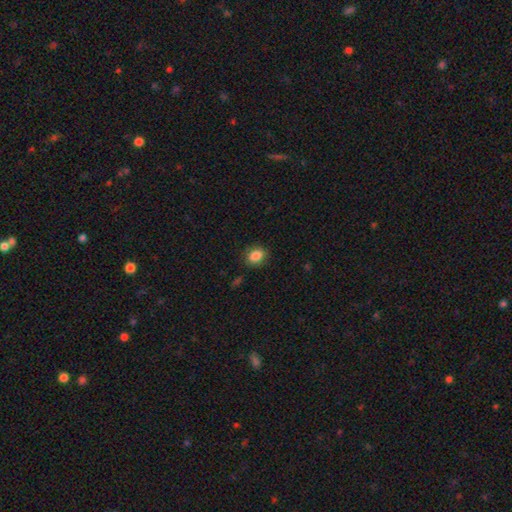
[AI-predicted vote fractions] smooth-or-featured: smooth: 86% | star or artifact: 9% | featured or disk: 5%
  how-rounded: in between: 63% | round: 36% | cigar-shaped: 1%
  merging: none: 84% | minor disturbance: 11% | major disturbance: 3% | merger: 1%